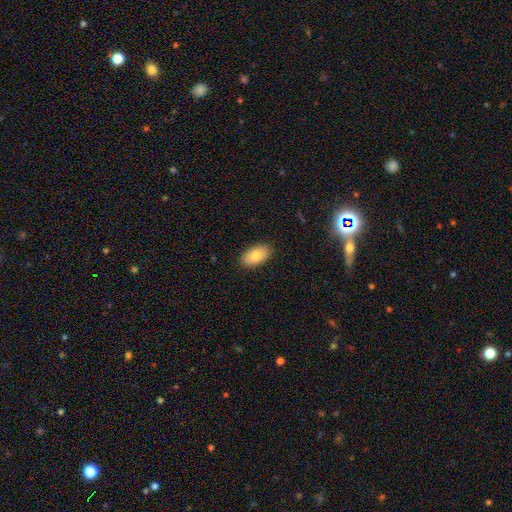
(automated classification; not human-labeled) smooth 82%, featured or disk 11%, star or artifact 7%. Down the decision tree: how rounded — in between (94%); merging — none (89%).